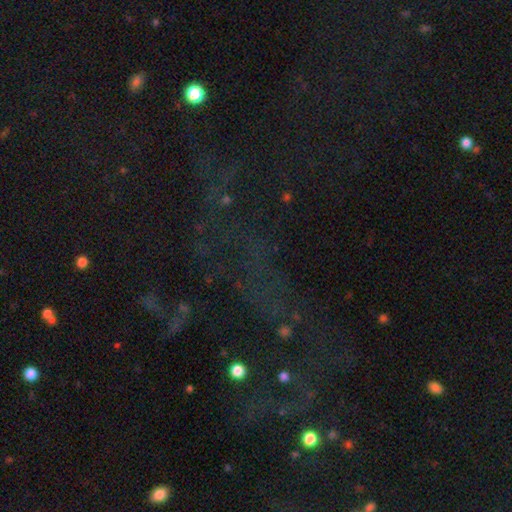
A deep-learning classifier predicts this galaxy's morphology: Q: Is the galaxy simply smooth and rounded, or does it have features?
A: star or artifact — 68%.